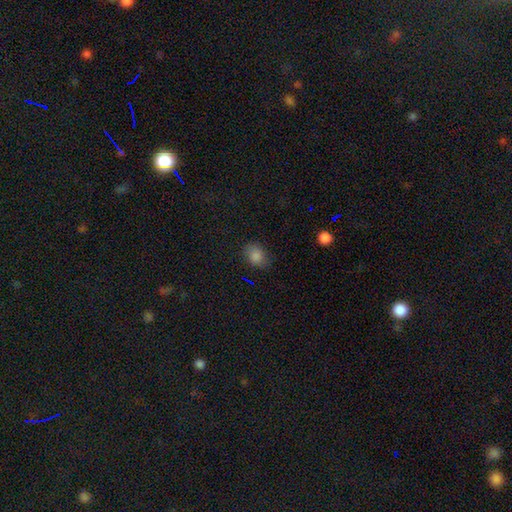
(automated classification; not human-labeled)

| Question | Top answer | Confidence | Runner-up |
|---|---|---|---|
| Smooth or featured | smooth | 83% | star or artifact (11%) |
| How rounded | in between | 62% | round (37%) |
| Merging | none | 76% | minor disturbance (18%) |